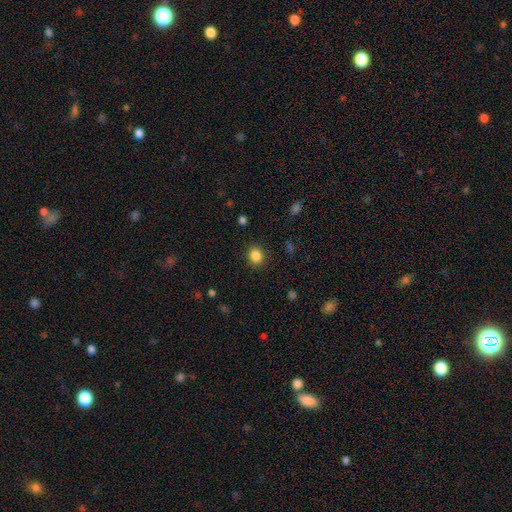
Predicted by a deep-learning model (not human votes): This is clearly a smooth galaxy (85%). How rounded: likely round (68%). Merging: clearly none (88%).